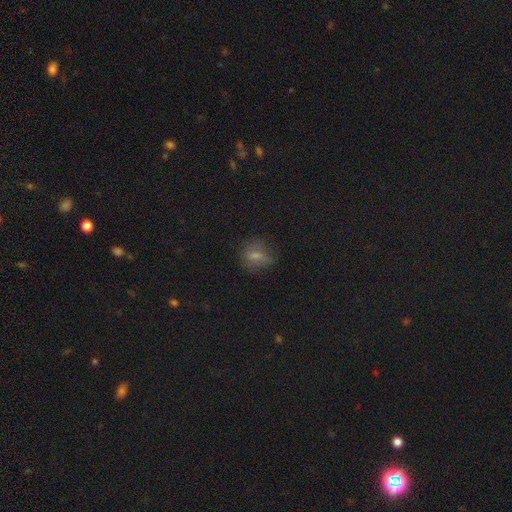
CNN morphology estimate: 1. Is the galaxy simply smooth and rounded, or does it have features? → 63% smooth, 23% featured or disk, 14% star or artifact.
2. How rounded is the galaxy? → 50% round, 45% in between, 5% cigar-shaped.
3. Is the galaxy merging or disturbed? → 62% none, 23% minor disturbance, 13% major disturbance, 2% merger.